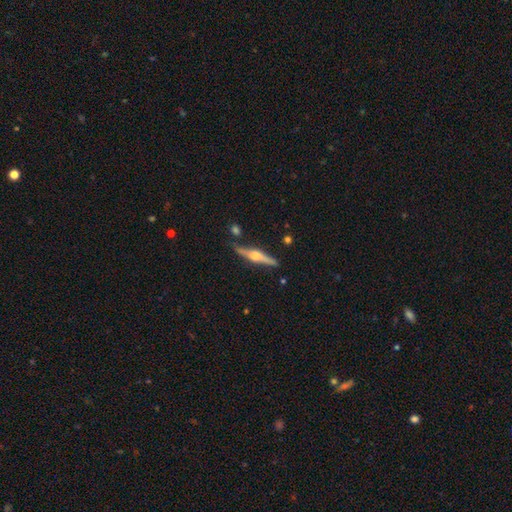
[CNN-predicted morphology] type=featured or disk (76%); edge-on=yes (97%); edge-on bulge=rounded (89%); merging=none (81%).